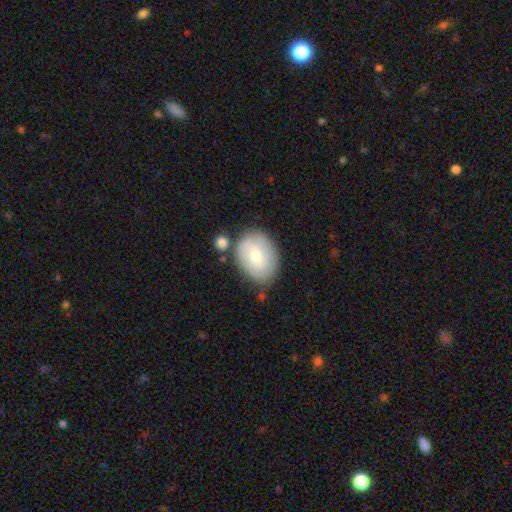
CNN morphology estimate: smooth 65%, featured or disk 29%, star or artifact 6%. Down the decision tree: how rounded — in between (71%); merging — none (70%).